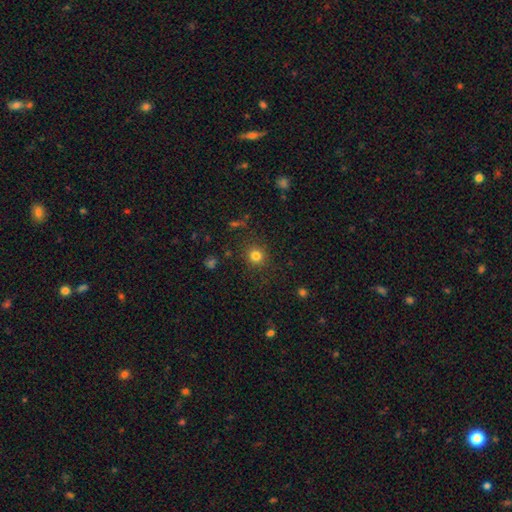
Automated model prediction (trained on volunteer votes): The model was most divided on "smooth or featured": smooth: 81%, star or artifact: 14%, featured or disk: 5%. More confident: how rounded — round (91%); merging — none (87%).